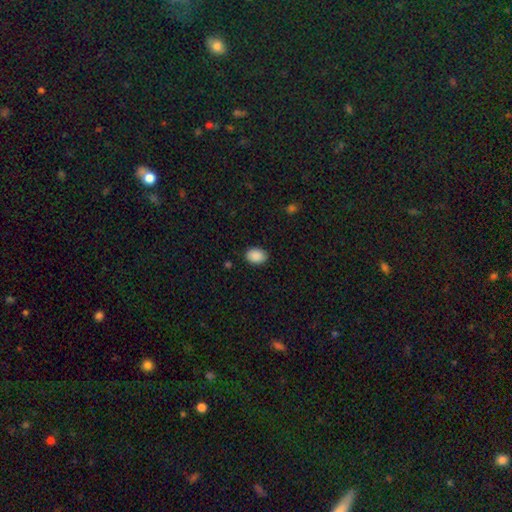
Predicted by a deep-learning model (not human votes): smooth_or_featured: smooth (p=0.90) [alt: star or artifact p=0.07]
how_rounded: in between (p=0.75) [alt: round p=0.24]
merging: none (p=0.86) [alt: minor disturbance p=0.10]